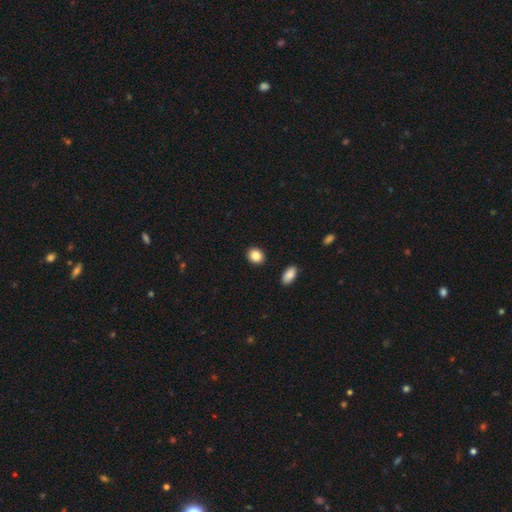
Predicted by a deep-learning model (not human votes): This is clearly a smooth galaxy (87%). How rounded: possibly round (58%). Merging: clearly none (90%).